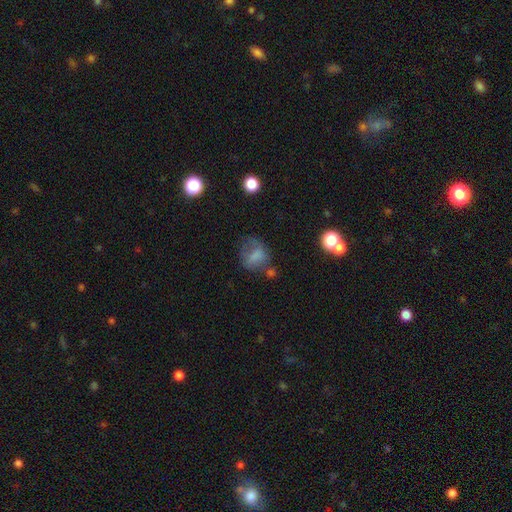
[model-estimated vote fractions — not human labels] smooth-or-featured: smooth: 64% | featured or disk: 22% | star or artifact: 14%
  how-rounded: in between: 50% | round: 48% | cigar-shaped: 1%
  merging: none: 37% | major disturbance: 29% | minor disturbance: 26% | merger: 8%